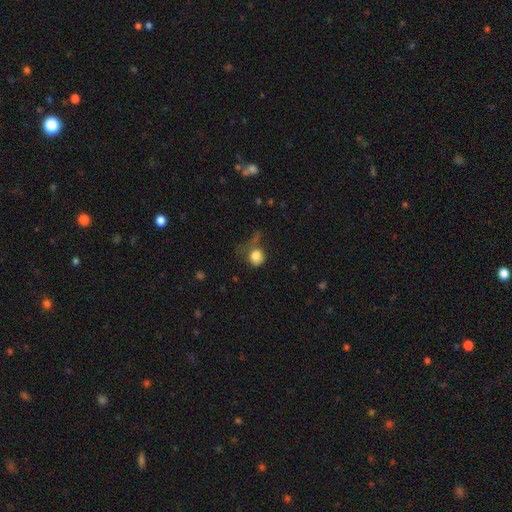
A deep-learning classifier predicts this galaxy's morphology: Overall: smooth (81%). How rounded: round (75%). Merging: none (38%; major disturbance 29%).